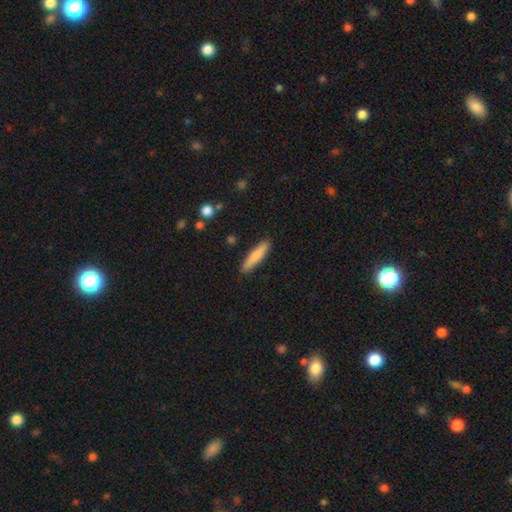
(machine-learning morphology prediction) Smooth or featured? Predicted: smooth (p=0.77). How rounded? Predicted: cigar-shaped (p=0.85). Merging? Predicted: none (p=0.88).